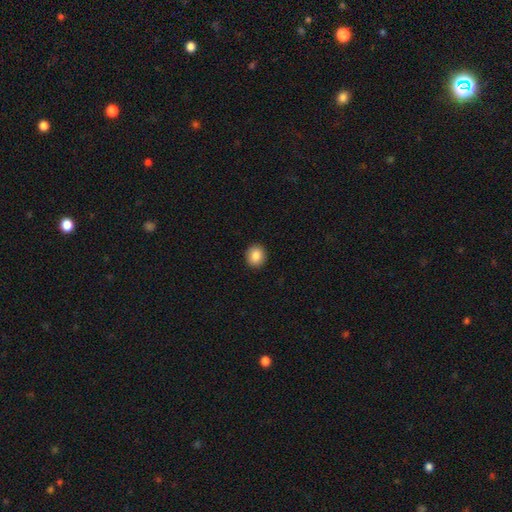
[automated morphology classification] Smooth or featured? Predicted: smooth (p=0.86). How rounded? Predicted: round (p=0.82). Merging? Predicted: none (p=0.92).